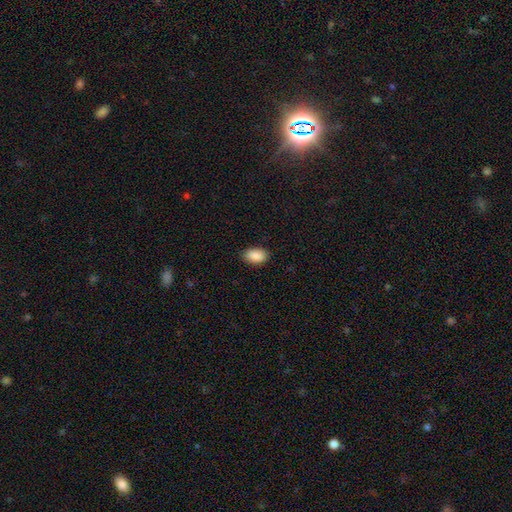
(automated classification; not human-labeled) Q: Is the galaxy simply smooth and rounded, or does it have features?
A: smooth — 90%.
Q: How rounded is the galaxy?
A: in between — 92%.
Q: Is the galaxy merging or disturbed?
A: none — 84%.